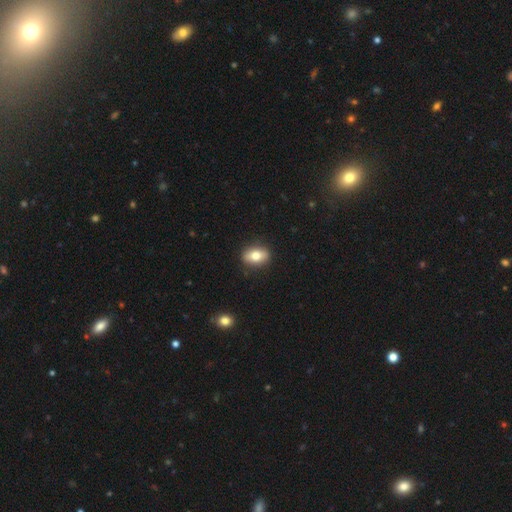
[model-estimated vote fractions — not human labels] Smooth or featured? Predicted: smooth (p=0.72). How rounded? Predicted: in between (p=0.73). Merging? Predicted: none (p=0.88).